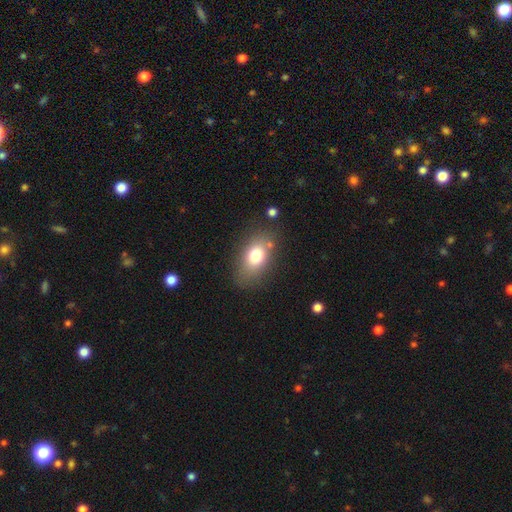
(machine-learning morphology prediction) The model was most divided on "smooth or featured": smooth: 74%, featured or disk: 15%, star or artifact: 10%. More confident: how rounded — in between (81%); merging — none (75%).